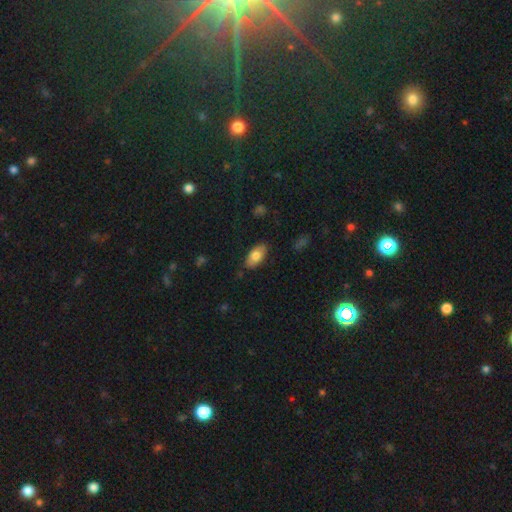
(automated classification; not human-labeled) The model was most divided on "smooth or featured": smooth: 78%, featured or disk: 16%, star or artifact: 7%. More confident: how rounded — in between (93%); merging — none (84%).